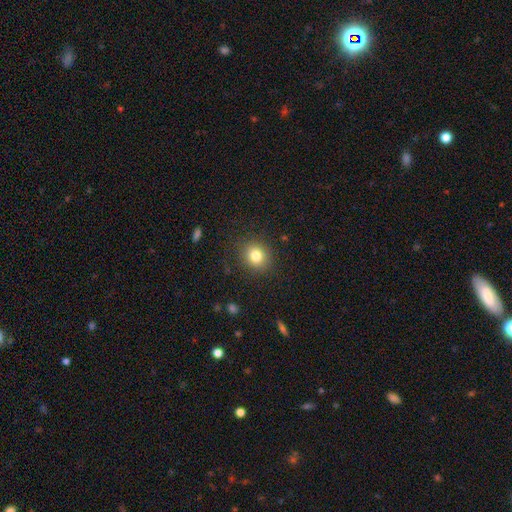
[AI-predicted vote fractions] Overall: smooth (80%). How rounded: round (77%). Merging: none (87%).